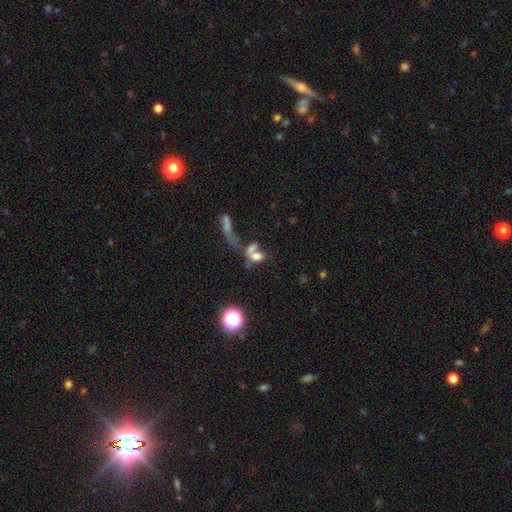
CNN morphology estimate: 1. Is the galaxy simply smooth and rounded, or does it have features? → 63% smooth, 19% featured or disk, 18% star or artifact.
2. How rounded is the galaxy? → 70% in between, 21% round, 9% cigar-shaped.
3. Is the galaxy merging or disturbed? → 55% merger, 24% none, 13% major disturbance, 9% minor disturbance.